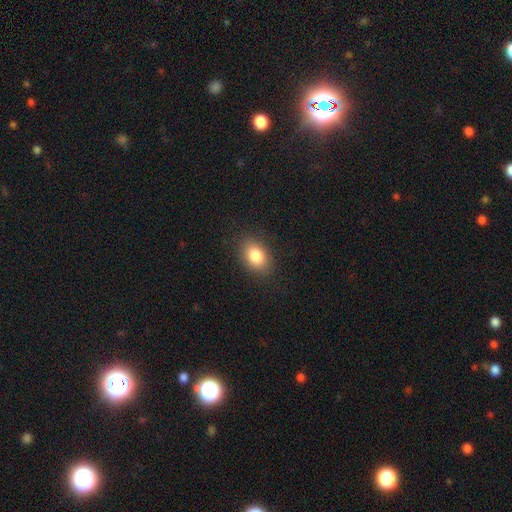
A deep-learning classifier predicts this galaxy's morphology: A smooth galaxy with no disk features (84%) that is in between round and cigar-shaped (79%). Merging: none (86%).